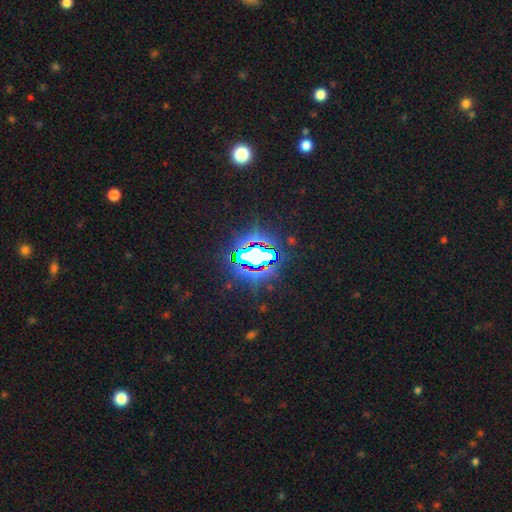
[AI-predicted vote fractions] This is likely a star or artifact rather than a galaxy (77%).